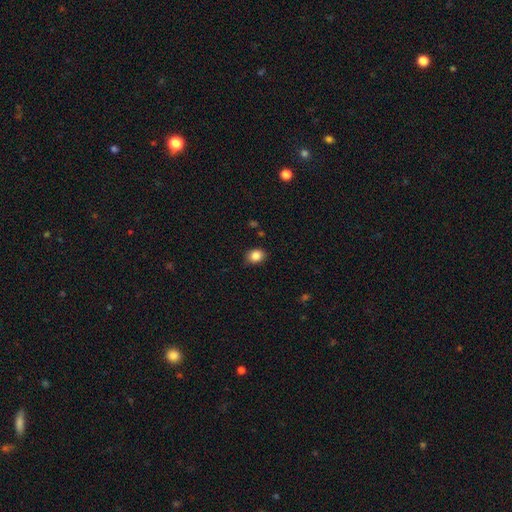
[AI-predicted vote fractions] Smooth or featured: smooth — 85% (star or artifact — 10%)
How rounded: round — 50% (in between — 49%)
Merging: none — 83% (minor disturbance — 13%)